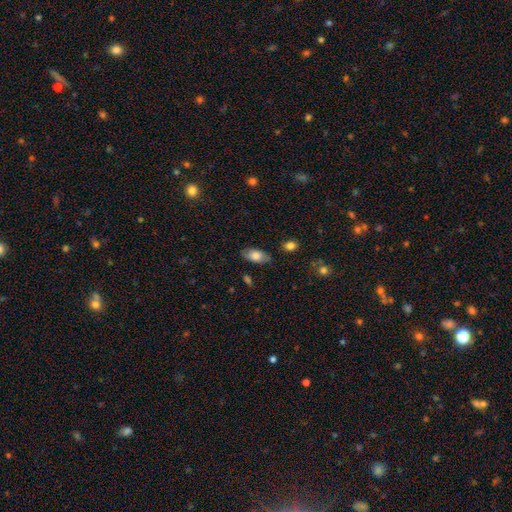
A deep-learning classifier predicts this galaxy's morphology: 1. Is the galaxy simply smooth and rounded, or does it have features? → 74% smooth, 19% featured or disk, 7% star or artifact.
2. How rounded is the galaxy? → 92% in between, 5% cigar-shaped, 3% round.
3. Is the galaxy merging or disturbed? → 81% none, 15% minor disturbance, 3% major disturbance, 2% merger.